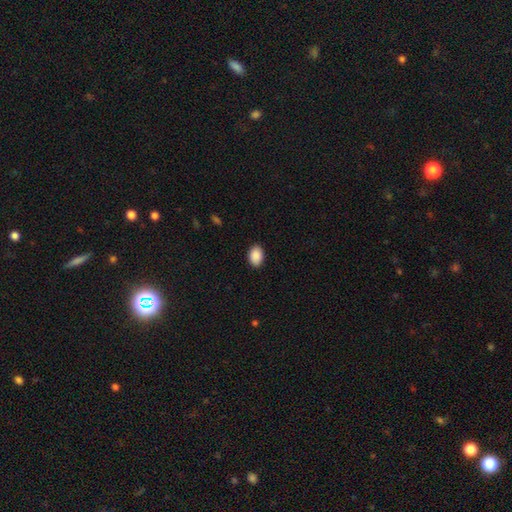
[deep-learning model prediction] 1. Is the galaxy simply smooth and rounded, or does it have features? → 91% smooth, 7% star or artifact, 3% featured or disk.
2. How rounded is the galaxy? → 83% in between, 16% round, 1% cigar-shaped.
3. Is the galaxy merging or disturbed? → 89% none, 8% minor disturbance, 2% major disturbance, 1% merger.